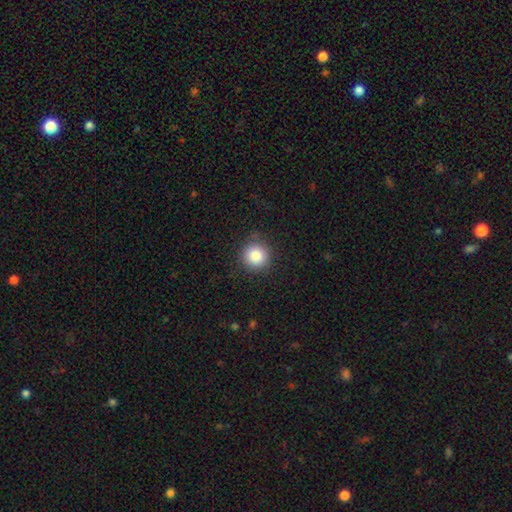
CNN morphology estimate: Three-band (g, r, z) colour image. It shows a smooth galaxy with no disk features (85%) that is round (94%). Merging: none (87%).